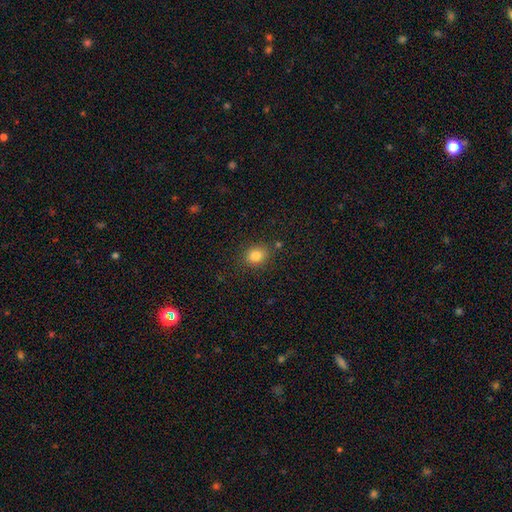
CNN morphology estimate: smooth 83%, star or artifact 11%, featured or disk 6%. Down the decision tree: how rounded — round (55%); merging — none (81%).